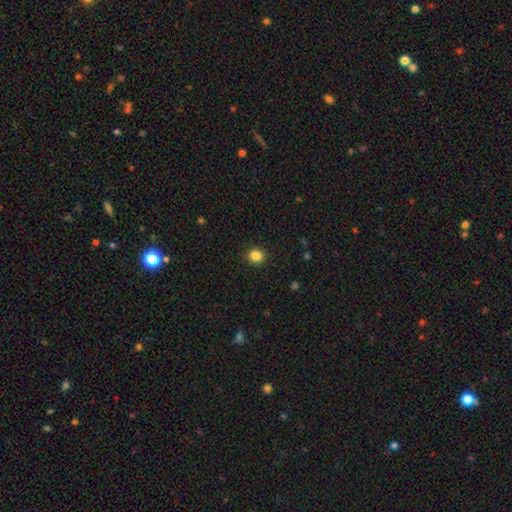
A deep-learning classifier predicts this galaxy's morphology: This is clearly a smooth galaxy (85%). How rounded: clearly round (83%). Merging: clearly none (90%).